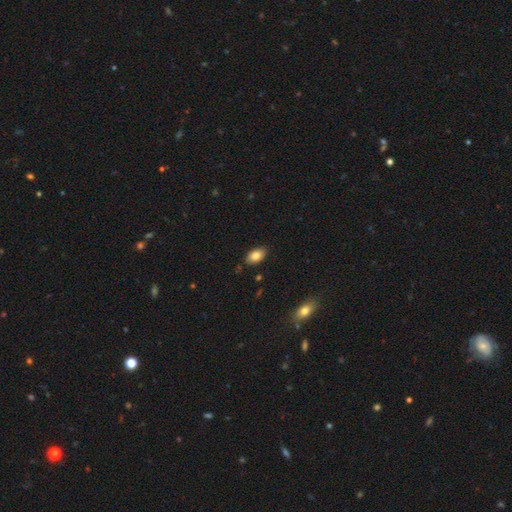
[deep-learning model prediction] Morphology: type=smooth (82%); roundness=in between (92%); merging=none (85%).